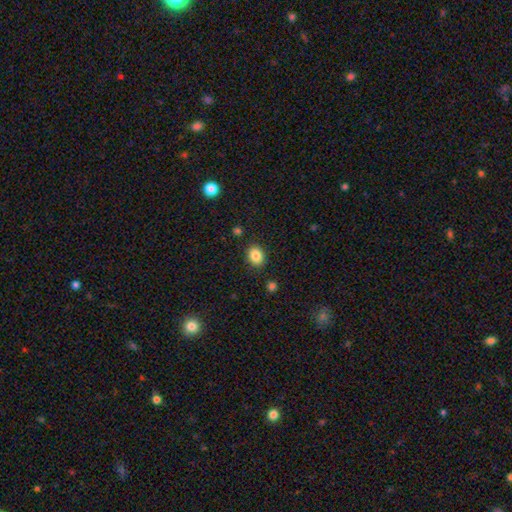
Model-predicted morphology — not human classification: type=smooth (85%); roundness=in between (52%); merging=none (87%).